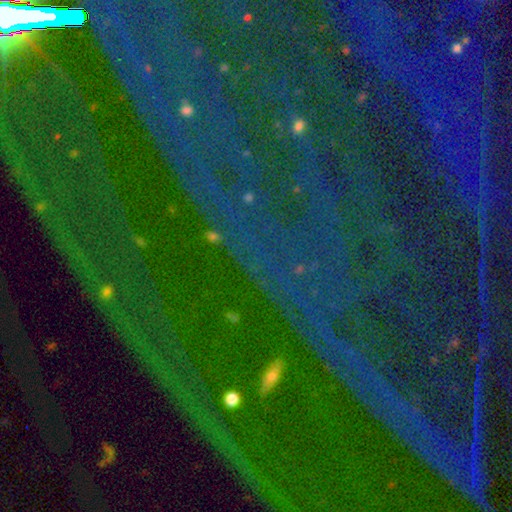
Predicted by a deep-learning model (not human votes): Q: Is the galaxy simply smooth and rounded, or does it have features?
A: star or artifact — 85%.